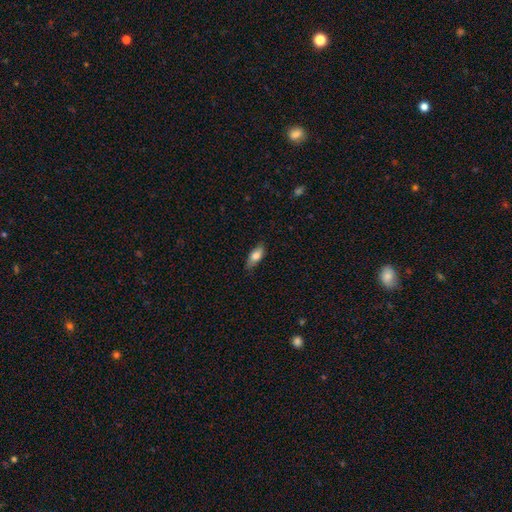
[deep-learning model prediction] Smooth or featured: smooth — 76% (featured or disk — 17%)
How rounded: in between — 79% (cigar-shaped — 18%)
Merging: none — 78% (minor disturbance — 18%)